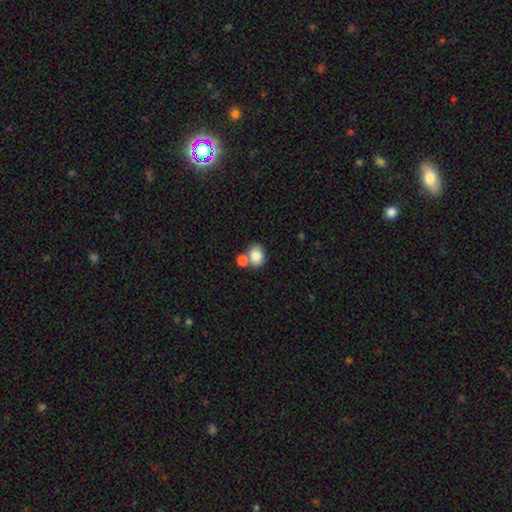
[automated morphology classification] smooth 84%, star or artifact 9%, featured or disk 7%. Down the decision tree: how rounded — in between (51%); merging — none (52%).